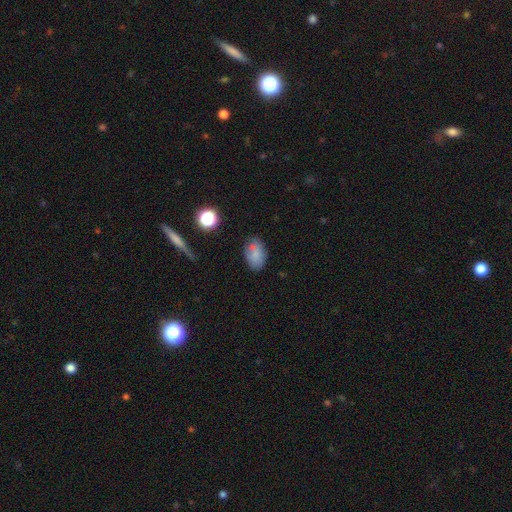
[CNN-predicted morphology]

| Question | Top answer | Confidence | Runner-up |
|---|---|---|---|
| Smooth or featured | smooth | 78% | featured or disk (11%) |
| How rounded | in between | 86% | round (13%) |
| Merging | none | 75% | minor disturbance (17%) |